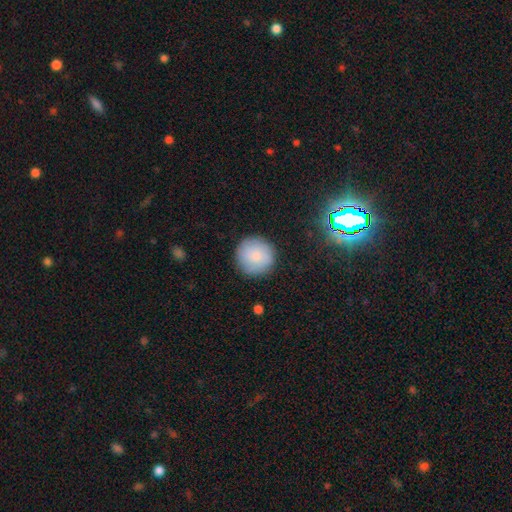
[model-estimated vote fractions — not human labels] A smooth galaxy with no disk features (82%) that is round (95%). Merging: none (87%).